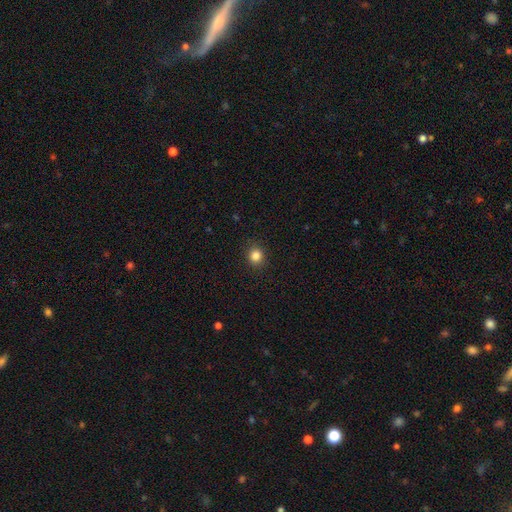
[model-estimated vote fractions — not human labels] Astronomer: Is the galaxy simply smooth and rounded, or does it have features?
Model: smooth — 85%.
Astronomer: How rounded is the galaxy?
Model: round — 87%.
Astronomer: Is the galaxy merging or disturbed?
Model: none — 90%.